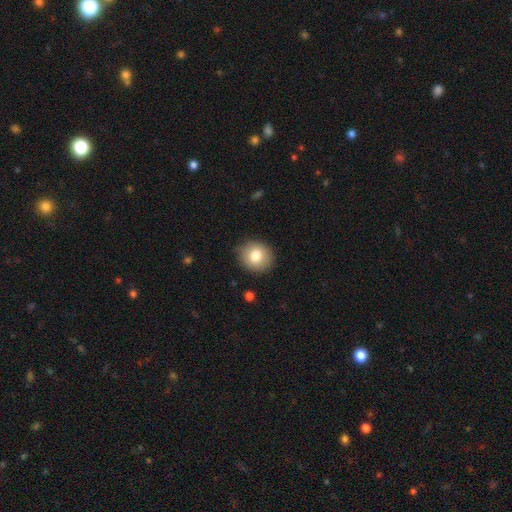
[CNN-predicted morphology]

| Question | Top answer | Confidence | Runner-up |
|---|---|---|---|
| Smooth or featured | smooth | 79% | featured or disk (12%) |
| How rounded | round | 78% | in between (21%) |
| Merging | none | 85% | minor disturbance (11%) |